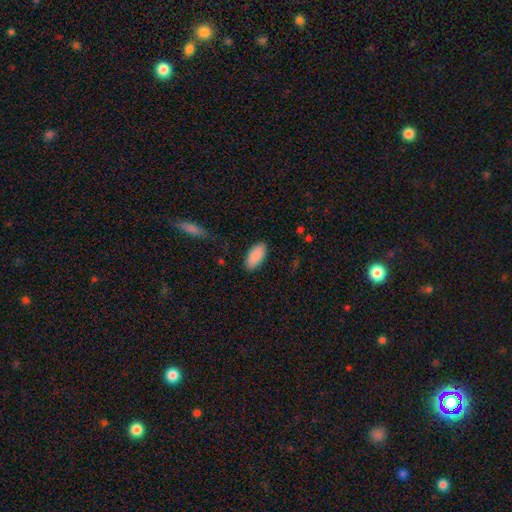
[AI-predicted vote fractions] This is clearly a smooth galaxy (90%). How rounded: clearly in between (91%). Merging: clearly none (86%).